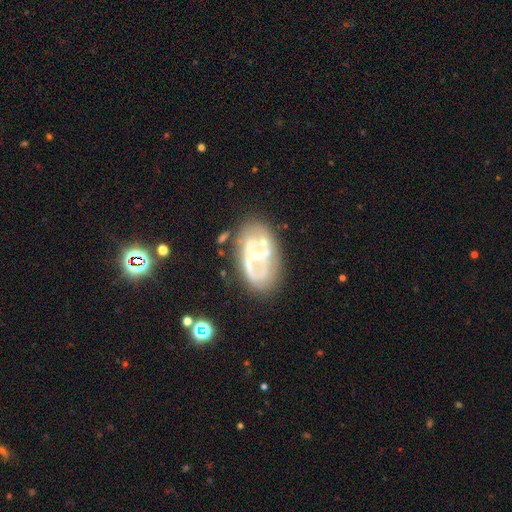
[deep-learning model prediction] A featured or disk galaxy (75%) with no bar (59%), no spiral arms (56%) and a small central bulge (58%).

Vote fractions:
- Smooth or featured? featured or disk: 75% / smooth: 18% / star or artifact: 8%
- Edge-on disk? no: 96% / yes: 4%
- Bar? no: 59% / weak: 28% / strong: 13%
- Spiral arms? no: 56% / yes: 44%
- Bulge size? small: 58% / moderate: 26% / none: 13% / large: 2% / dominant: 1%
- Merging? none: 55% / minor disturbance: 22% / major disturbance: 15% / merger: 8%